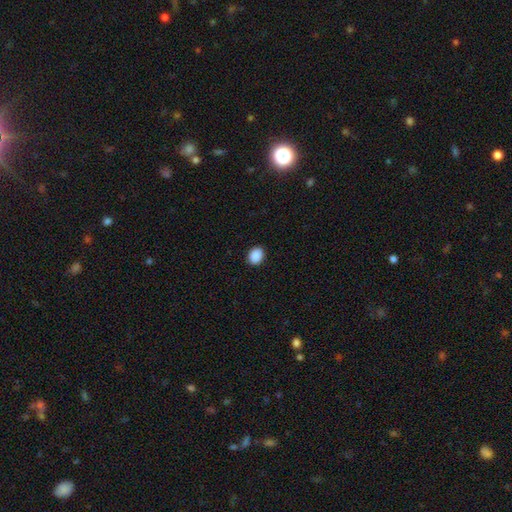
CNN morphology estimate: Smooth or featured? smooth (90%)
How rounded? in between (58%)
Merging? none (90%)